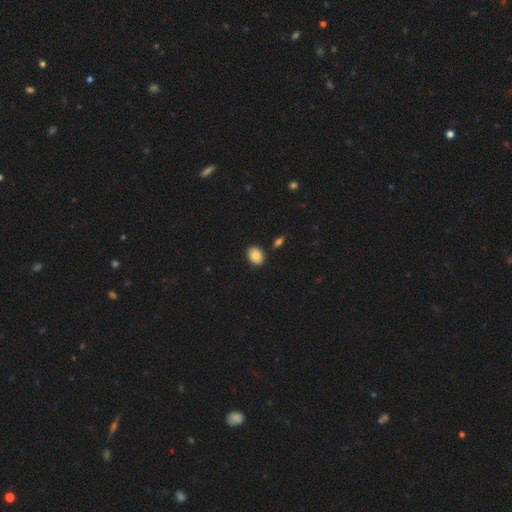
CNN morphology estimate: Smooth or featured?
  - smooth: 85% *
  - star or artifact: 8%
  - featured or disk: 7%
How rounded?
  - in between: 62% *
  - round: 36%
  - cigar-shaped: 1%
Merging?
  - none: 86% *
  - minor disturbance: 8%
  - merger: 4%
  - major disturbance: 2%